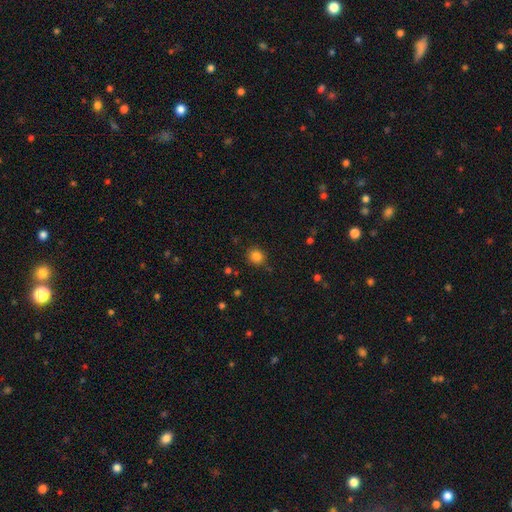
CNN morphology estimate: Smooth or featured: smooth — 83% (star or artifact — 12%)
How rounded: round — 86% (in between — 13%)
Merging: none — 85% (minor disturbance — 10%)